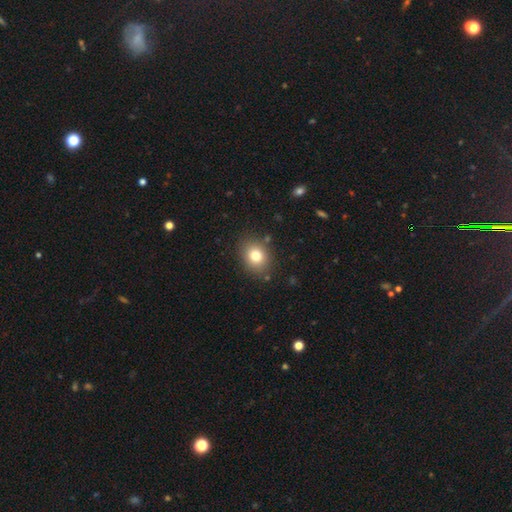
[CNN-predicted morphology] This is likely a smooth galaxy (79%). How rounded: possibly round (53%). Merging: clearly none (84%).